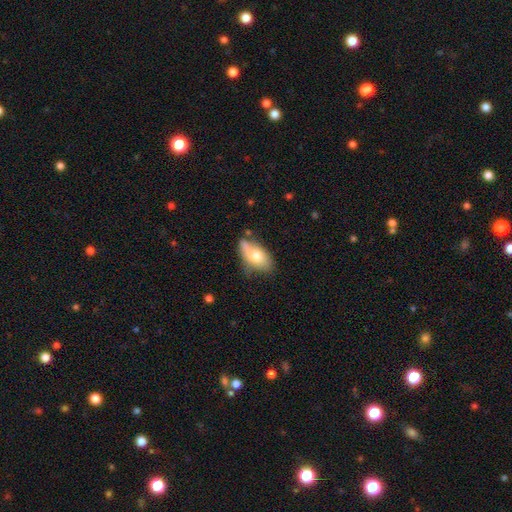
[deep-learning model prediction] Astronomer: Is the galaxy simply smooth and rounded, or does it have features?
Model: smooth — 65%.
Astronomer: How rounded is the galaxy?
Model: in between — 88%.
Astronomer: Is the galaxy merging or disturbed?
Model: none — 47% (runner-up: minor disturbance, 31%).